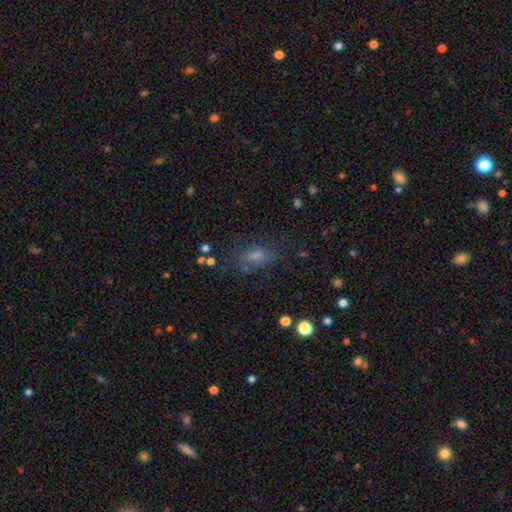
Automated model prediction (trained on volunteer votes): Smooth or featured?
  - smooth: 52% *
  - star or artifact: 26%
  - featured or disk: 22%
How rounded?
  - in between: 78% *
  - round: 14%
  - cigar-shaped: 7%
Merging?
  - none: 64% *
  - minor disturbance: 19%
  - major disturbance: 13%
  - merger: 4%